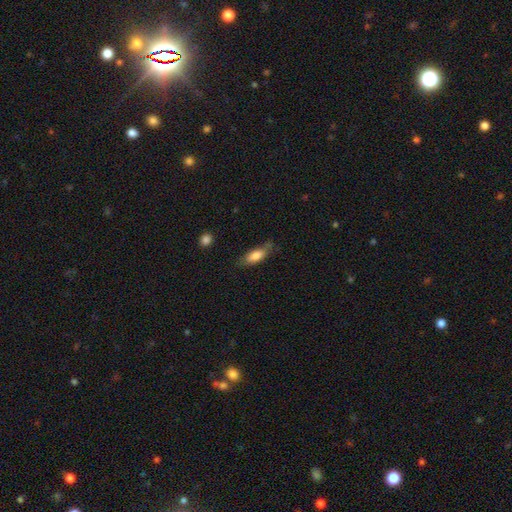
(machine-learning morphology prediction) The model was most divided on "merging": none: 63%, minor disturbance: 26%, major disturbance: 8%, merger: 3%. More confident: smooth or featured — smooth (76%); how rounded — in between (68%).